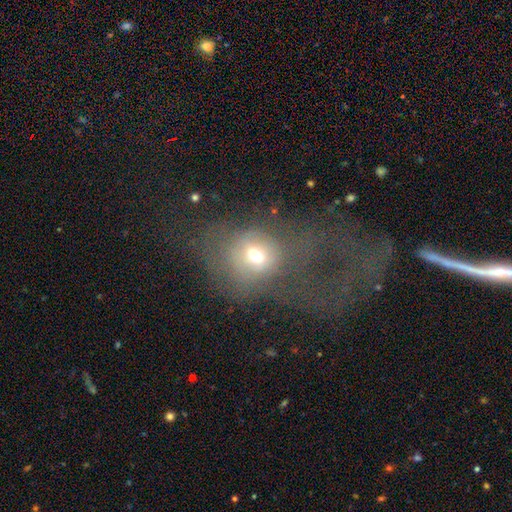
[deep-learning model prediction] Smooth or featured: smooth — 58% (featured or disk — 23%)
How rounded: round — 68% (in between — 31%)
Merging: none — 46% (major disturbance — 33%)